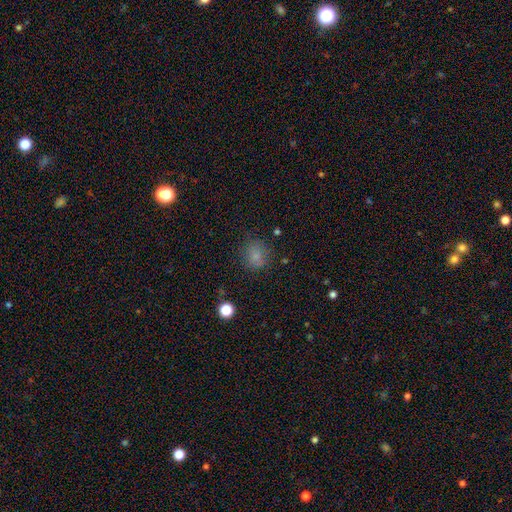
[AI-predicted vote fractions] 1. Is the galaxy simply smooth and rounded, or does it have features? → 77% smooth, 15% star or artifact, 9% featured or disk.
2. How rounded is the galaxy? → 75% round, 24% in between, 1% cigar-shaped.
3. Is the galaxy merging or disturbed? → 74% none, 17% minor disturbance, 7% major disturbance, 3% merger.